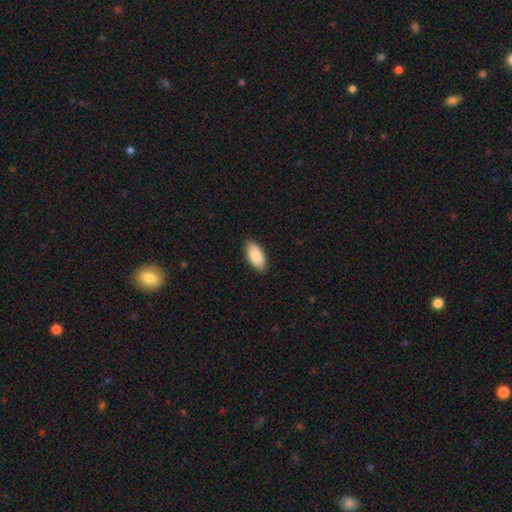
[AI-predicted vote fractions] Smooth or featured? Predicted: smooth (p=0.88). How rounded? Predicted: in between (p=0.93). Merging? Predicted: none (p=0.89).